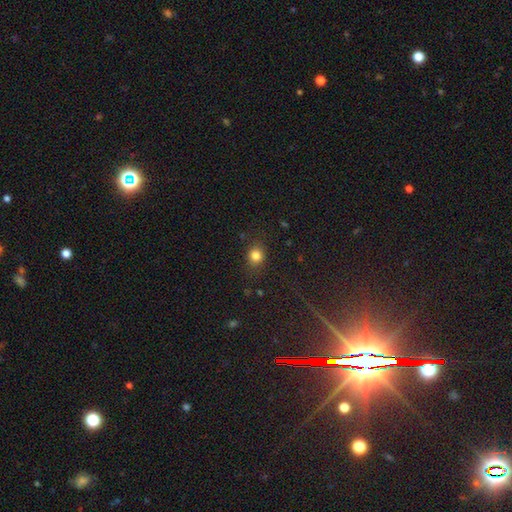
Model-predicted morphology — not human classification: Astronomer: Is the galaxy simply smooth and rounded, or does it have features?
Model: smooth — 81%.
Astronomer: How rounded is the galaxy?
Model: round — 71%.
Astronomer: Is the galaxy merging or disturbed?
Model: none — 83%.